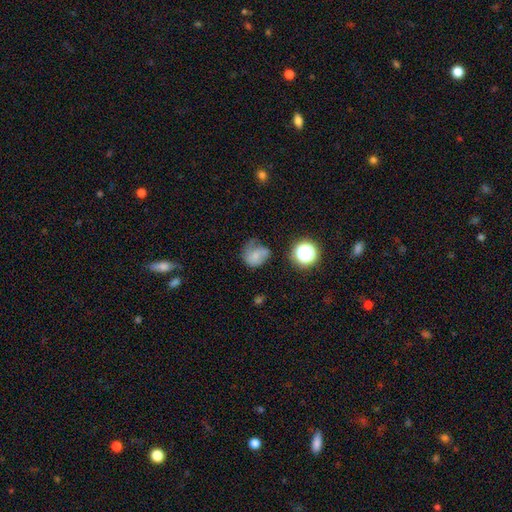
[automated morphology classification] Smooth or featured? Predicted: smooth (p=0.59). How rounded? Predicted: round (p=0.58). Merging? Predicted: none (p=0.33).